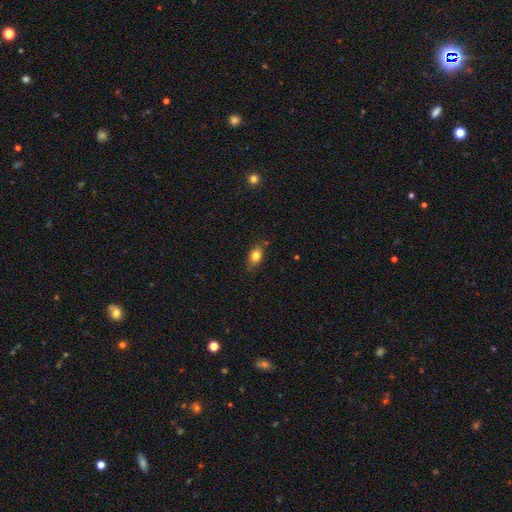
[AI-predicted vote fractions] A smooth galaxy with no disk features (80%) that is in between round and cigar-shaped (76%).

Vote fractions:
- Smooth or featured? smooth: 80% / featured or disk: 11% / star or artifact: 9%
- How rounded? in between: 76% / round: 19% / cigar-shaped: 4%
- Merging? none: 75% / minor disturbance: 19% / major disturbance: 4% / merger: 2%